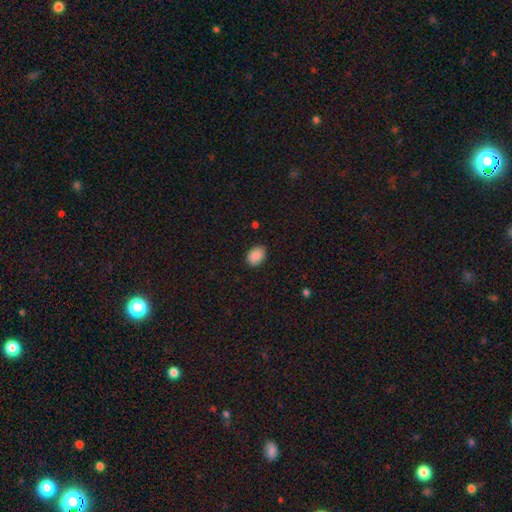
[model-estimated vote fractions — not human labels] Smooth or featured: smooth — 88% (star or artifact — 8%)
How rounded: in between — 72% (round — 27%)
Merging: none — 85% (minor disturbance — 11%)